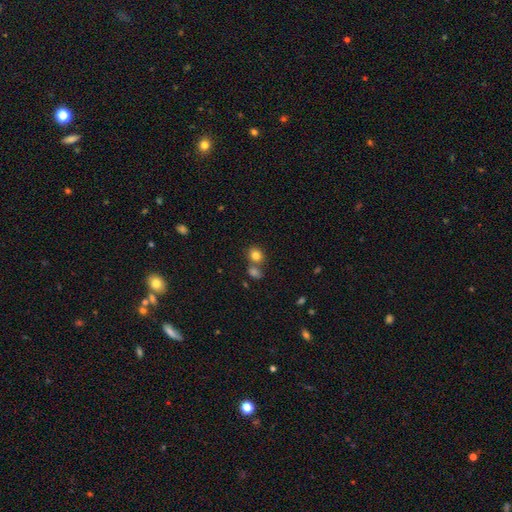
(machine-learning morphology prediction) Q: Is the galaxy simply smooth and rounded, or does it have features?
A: smooth — 81%.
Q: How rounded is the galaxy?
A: round — 72%.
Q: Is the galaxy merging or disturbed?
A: none — 58%.